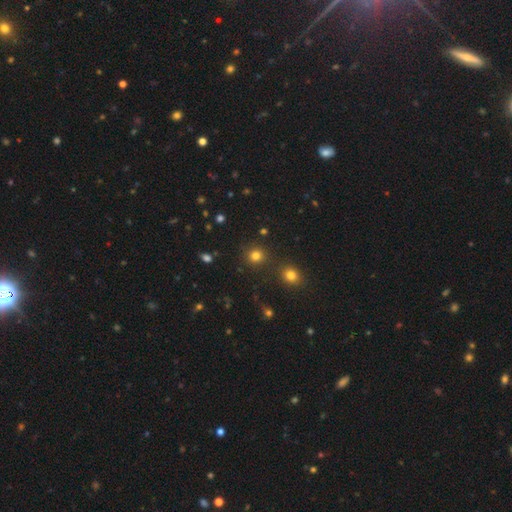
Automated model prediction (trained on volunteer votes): A smooth galaxy with no disk features (79%) that is round (90%). Merging: none (85%).